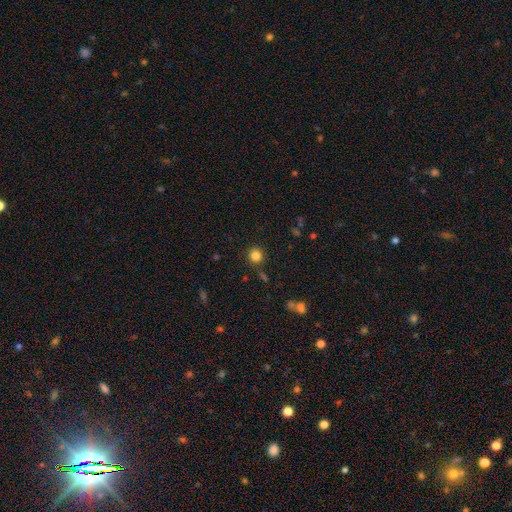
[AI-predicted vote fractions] The model was most divided on "smooth or featured": smooth: 83%, star or artifact: 12%, featured or disk: 5%. More confident: how rounded — round (93%); merging — none (87%).